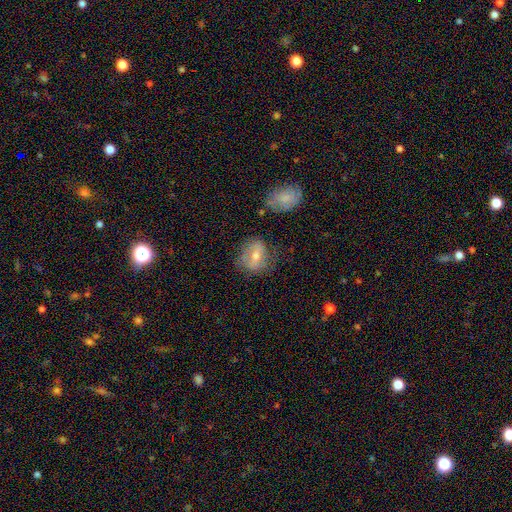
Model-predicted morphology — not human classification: featured or disk 47%, smooth 42%, star or artifact 11%. Down the decision tree: merging — none (63%).